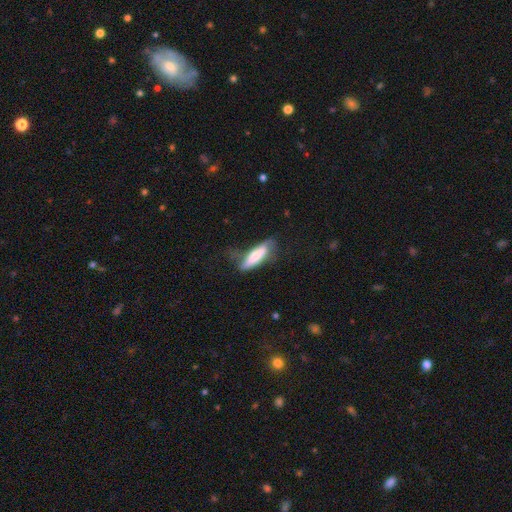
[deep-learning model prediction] This appears to be a smooth galaxy with no disk features (68%) that is cigar-shaped (58%). Merging: none (46%).